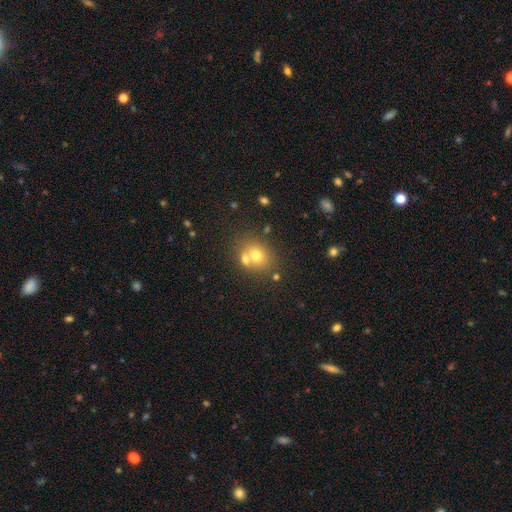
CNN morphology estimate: This appears to be a smooth galaxy with no disk features (68%) that is round (65%). Merging: none (51%).